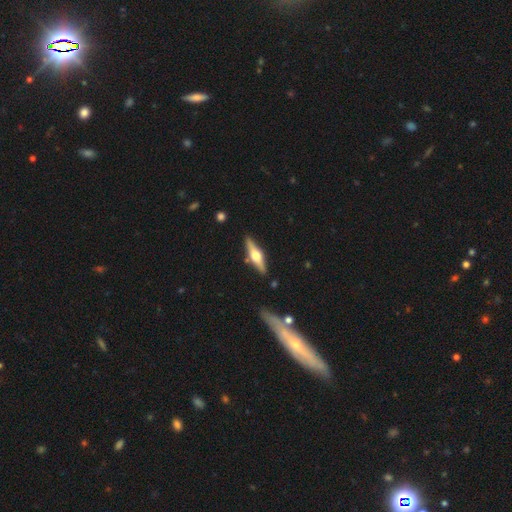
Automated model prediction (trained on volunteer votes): Overall: featured or disk (68%). Edge-on disk: yes (96%). Edge-on bulge: rounded (94%). Merging: none (86%).